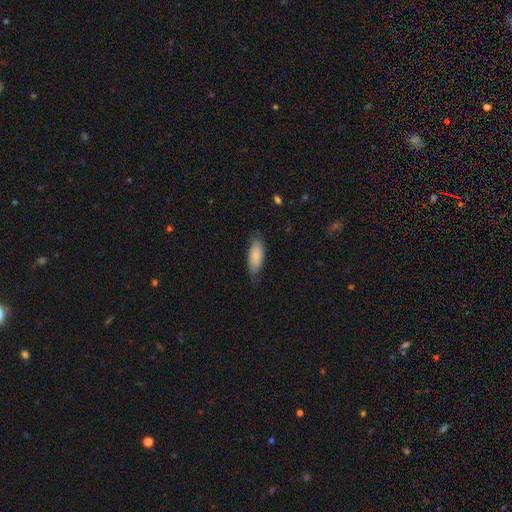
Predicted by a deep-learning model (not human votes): Smooth or featured? smooth (78%)
How rounded? in between (84%)
Merging? none (70%)